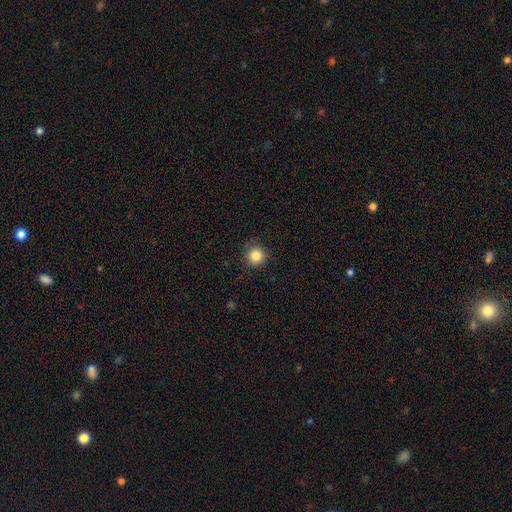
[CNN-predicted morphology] A smooth galaxy with no disk features (84%) that is round (95%). Merging: none (88%).